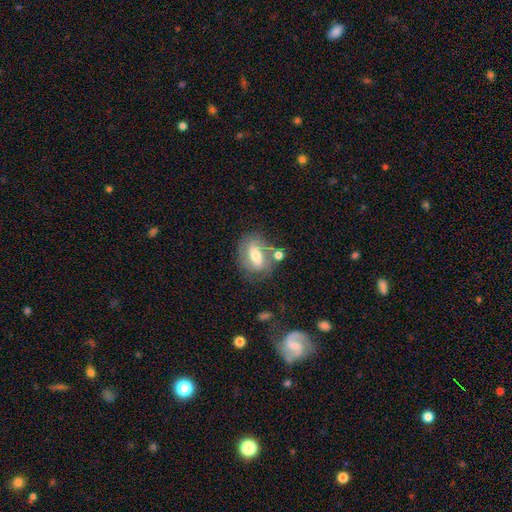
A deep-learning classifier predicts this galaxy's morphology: Q: Smooth or featured?
A: featured or disk (53%); runner-up: smooth (39%)
Q: Edge-on disk?
A: no (91%); runner-up: yes (9%)
Q: Merging?
A: none (59%); runner-up: minor disturbance (19%)